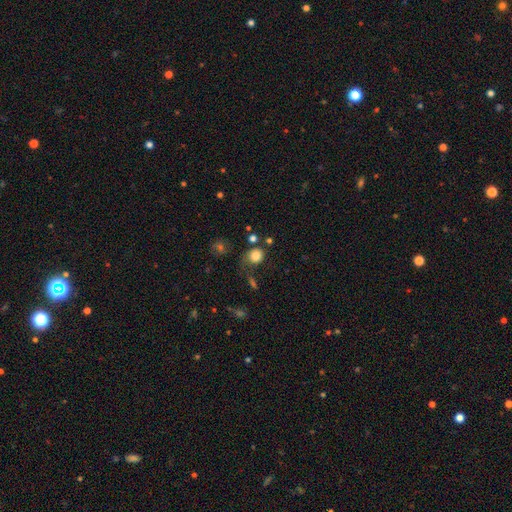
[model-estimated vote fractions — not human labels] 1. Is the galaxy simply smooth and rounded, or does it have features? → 82% smooth, 11% star or artifact, 7% featured or disk.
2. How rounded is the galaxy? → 79% round, 20% in between, 1% cigar-shaped.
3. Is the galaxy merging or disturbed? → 58% none, 20% minor disturbance, 13% major disturbance, 9% merger.